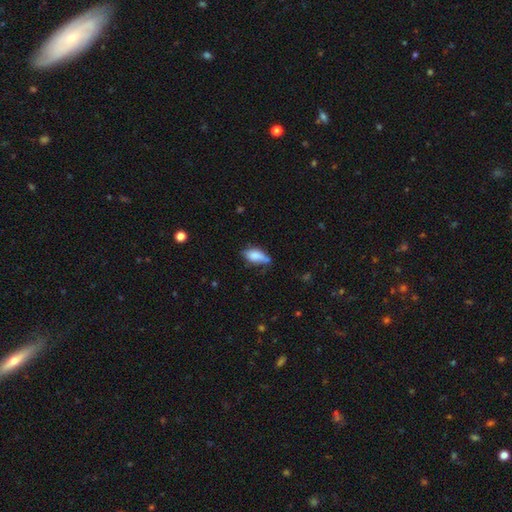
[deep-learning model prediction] A smooth galaxy with no disk features (80%) that is in between round and cigar-shaped (85%). Merging: none (47%).